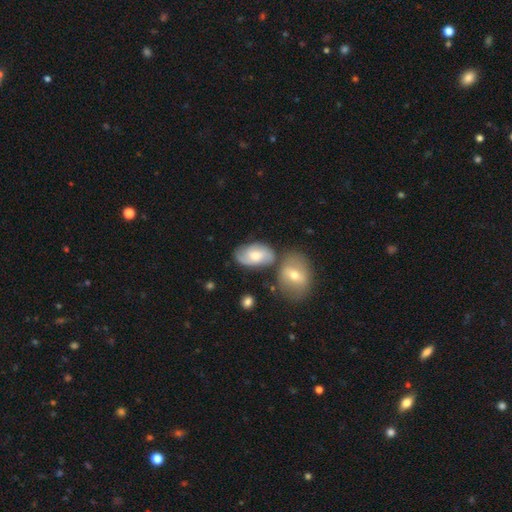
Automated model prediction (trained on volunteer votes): Smooth or featured: featured or disk — 54% (smooth — 39%)
Edge-on disk: no — 95% (yes — 5%)
Bar: no — 59% (weak — 34%)
Spiral arms: yes — 85% (no — 15%)
Bulge size: moderate — 62% (small — 24%)
Merging: none — 53% (merger — 22%)